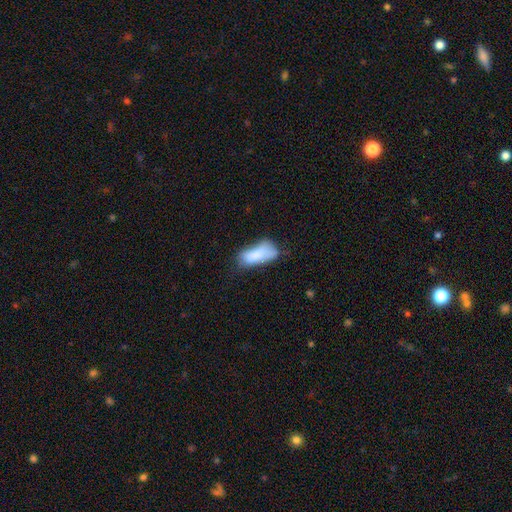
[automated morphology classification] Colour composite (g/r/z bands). It shows a smooth galaxy with no disk features (78%) that is in between round and cigar-shaped (83%). Merging: none (38%).